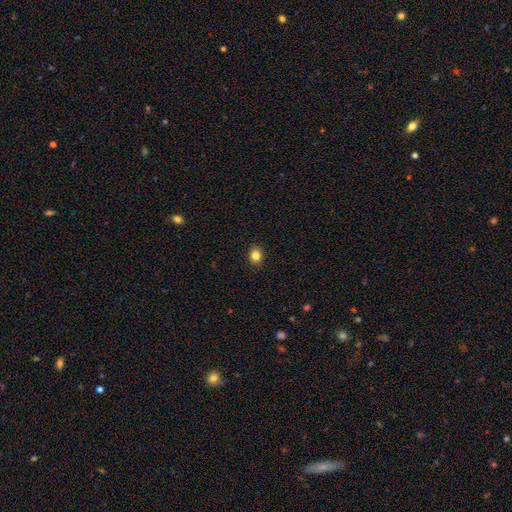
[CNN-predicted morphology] type=smooth (84%); roundness=round (62%); merging=none (89%).